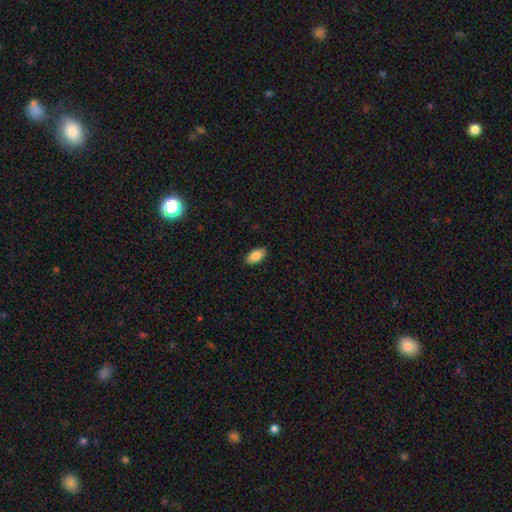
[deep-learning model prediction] Smooth or featured? smooth (84%)
How rounded? in between (93%)
Merging? none (89%)